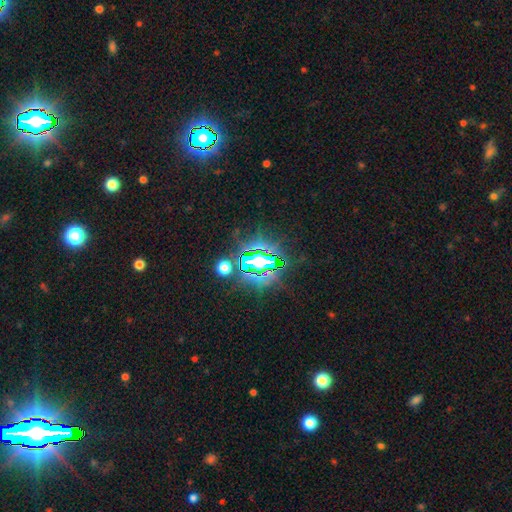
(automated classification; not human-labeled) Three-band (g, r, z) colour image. It shows a star or artifact, not a galaxy (78%).